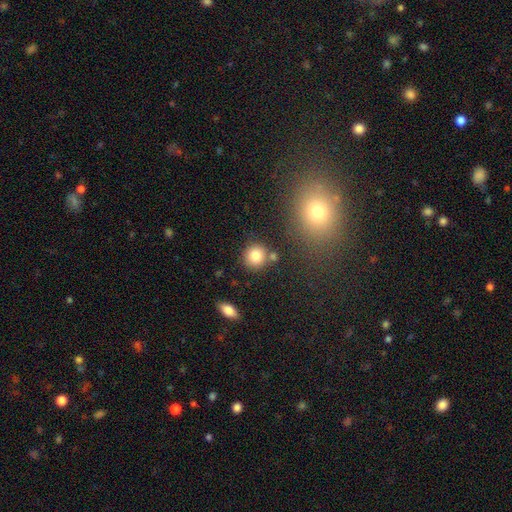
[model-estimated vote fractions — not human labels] This appears to be a smooth galaxy with no disk features (81%) that is round (89%). Merging: none (77%).